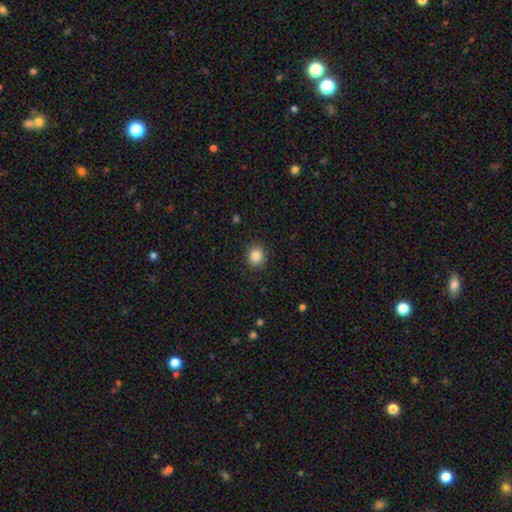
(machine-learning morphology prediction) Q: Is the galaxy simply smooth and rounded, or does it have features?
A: smooth — 86%.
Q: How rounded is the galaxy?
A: round — 66%.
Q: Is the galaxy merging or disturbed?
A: none — 88%.